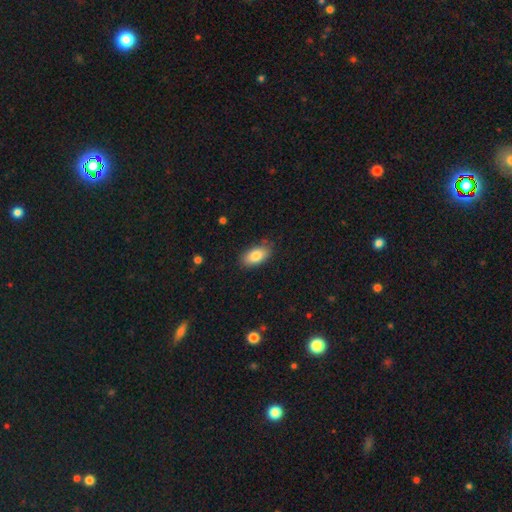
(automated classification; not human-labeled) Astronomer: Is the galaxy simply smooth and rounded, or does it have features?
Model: smooth — 83%.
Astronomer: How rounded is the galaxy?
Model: in between — 92%.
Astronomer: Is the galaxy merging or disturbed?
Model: none — 82%.